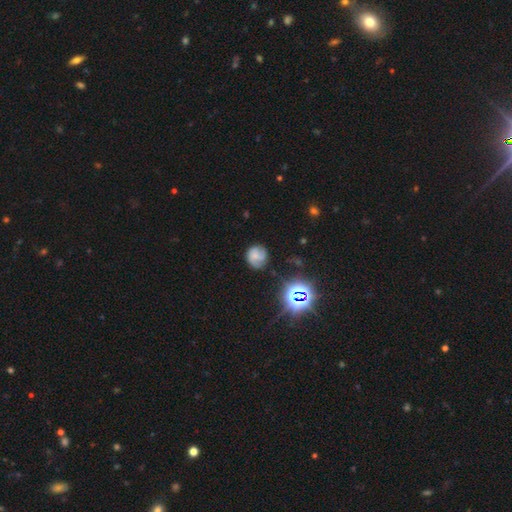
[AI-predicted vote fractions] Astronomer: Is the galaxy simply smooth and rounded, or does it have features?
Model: featured or disk — 49% (runner-up: smooth, 38%).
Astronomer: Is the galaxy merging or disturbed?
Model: none — 67%.